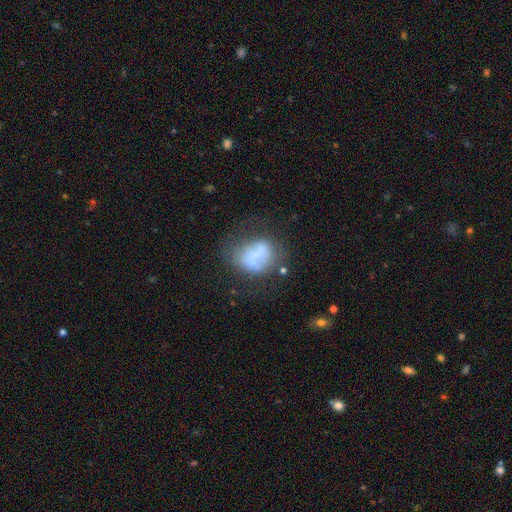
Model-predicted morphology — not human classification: A smooth galaxy with no disk features (49%).

Vote fractions:
- Smooth or featured? smooth: 49% / featured or disk: 38% / star or artifact: 12%
- Merging? none: 35% / major disturbance: 26% / minor disturbance: 22% / merger: 17%